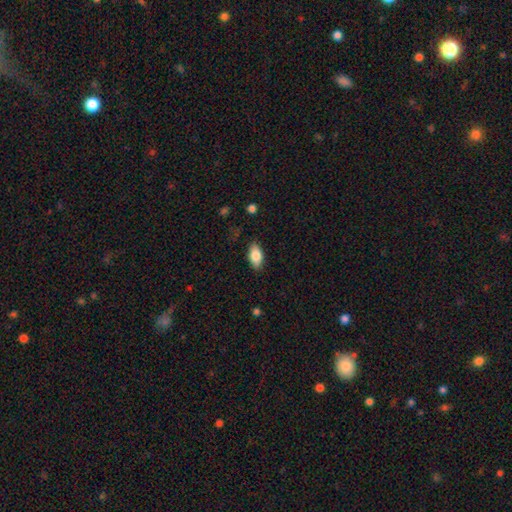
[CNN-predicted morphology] Smooth or featured?
  - smooth: 83% *
  - featured or disk: 10%
  - star or artifact: 7%
How rounded?
  - in between: 90% *
  - cigar-shaped: 6%
  - round: 4%
Merging?
  - none: 85% *
  - minor disturbance: 11%
  - major disturbance: 3%
  - merger: 1%